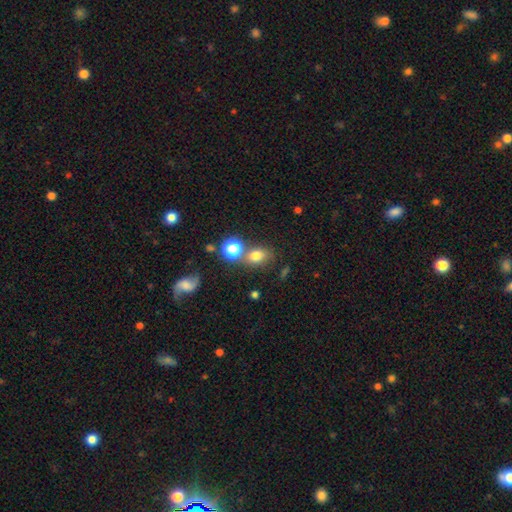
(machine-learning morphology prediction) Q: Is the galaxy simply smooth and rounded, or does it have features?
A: smooth — 74%.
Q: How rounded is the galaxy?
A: in between — 55%.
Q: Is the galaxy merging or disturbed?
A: none — 55%.